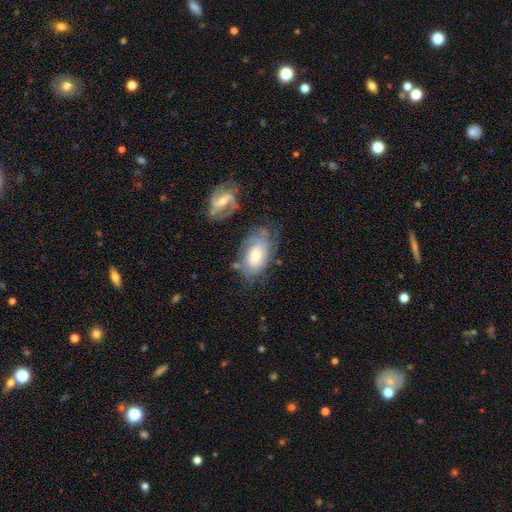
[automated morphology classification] featured or disk 57%, smooth 36%, star or artifact 7%. Down the decision tree: edge-on disk — no (93%); bar — no (70%); spiral arms — yes (77%); bulge size — moderate (58%); merging — none (57%).